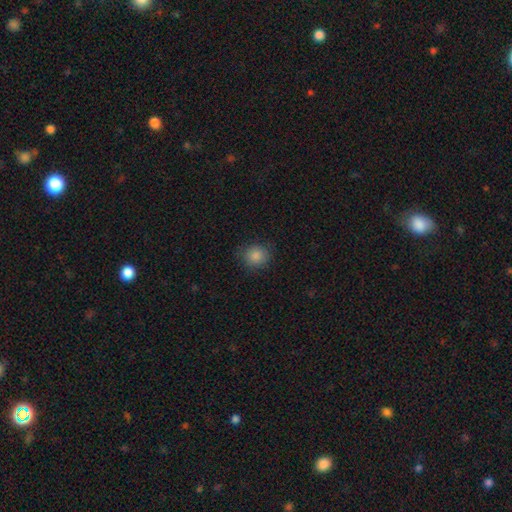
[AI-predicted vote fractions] Morphology: type=smooth (86%); roundness=round (83%); merging=none (84%).